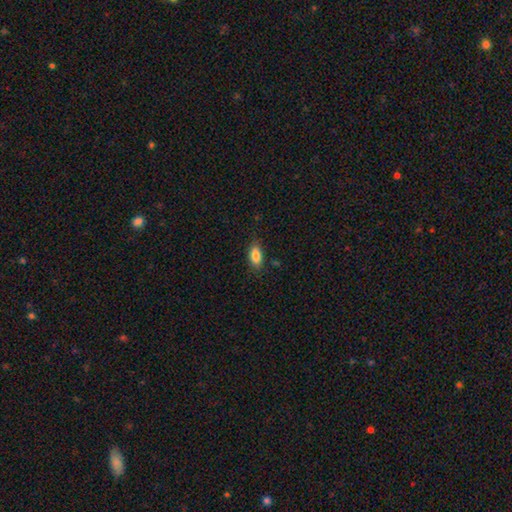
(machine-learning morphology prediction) Smooth or featured? Predicted: smooth (p=0.85). How rounded? Predicted: in between (p=0.88). Merging? Predicted: none (p=0.82).